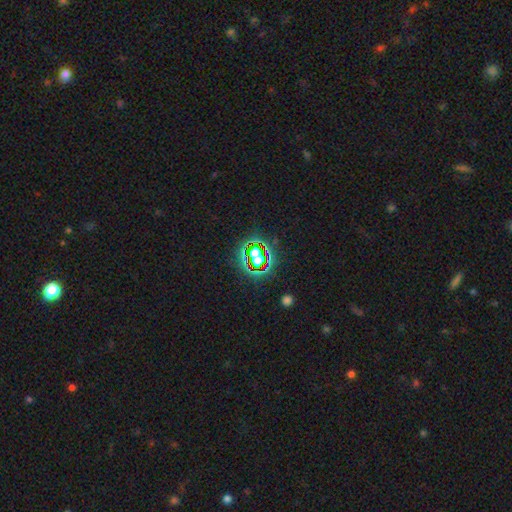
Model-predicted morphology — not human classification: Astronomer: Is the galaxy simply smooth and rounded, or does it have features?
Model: star or artifact — 69%.